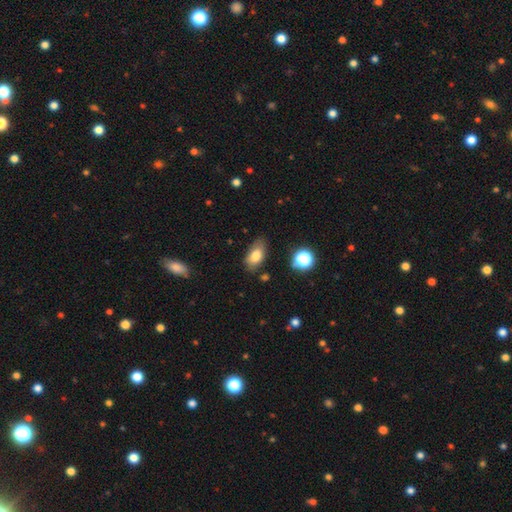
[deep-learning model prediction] This is likely a smooth galaxy (78%). How rounded: clearly in between (88%). Merging: likely none (76%).